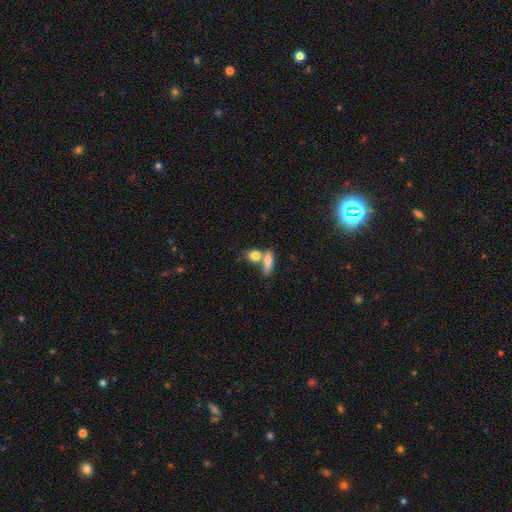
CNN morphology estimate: smooth 81%, featured or disk 11%, star or artifact 8%. Down the decision tree: how rounded — in between (56%); merging — merger (43%).